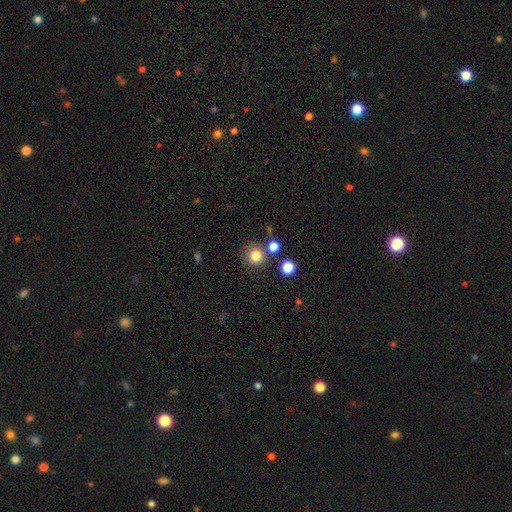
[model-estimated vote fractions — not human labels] Smooth or featured? Predicted: smooth (p=0.81). How rounded? Predicted: round (p=0.93). Merging? Predicted: none (p=0.78).